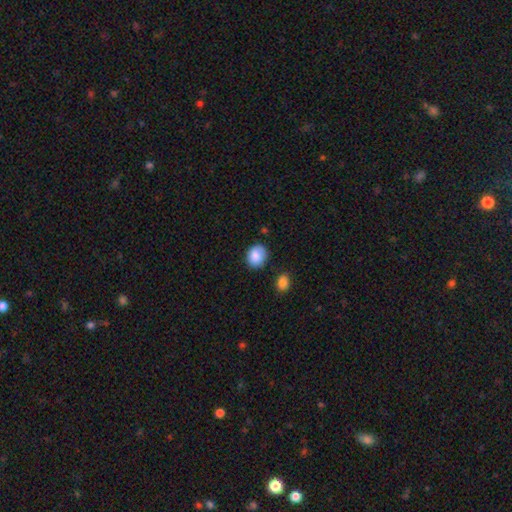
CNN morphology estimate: Smooth or featured?
  - smooth: 87% *
  - star or artifact: 8%
  - featured or disk: 5%
How rounded?
  - round: 60% *
  - in between: 39%
  - cigar-shaped: 1%
Merging?
  - none: 77% *
  - minor disturbance: 17%
  - major disturbance: 3%
  - merger: 3%